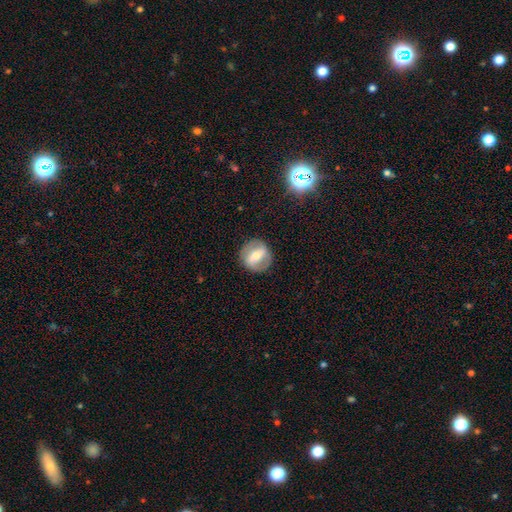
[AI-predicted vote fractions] Overall: featured or disk (60%; smooth 33%). Edge-on disk: no (91%). Bar: strong (60%; weak 27%). Spiral arms: no (60%; yes 40%). Bulge size: moderate (59%; small 33%). Merging: none (85%).